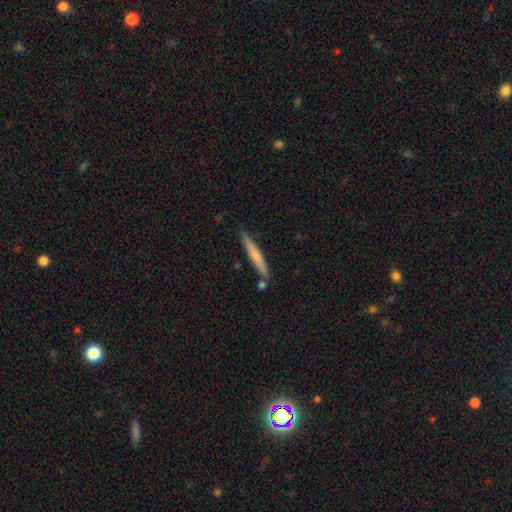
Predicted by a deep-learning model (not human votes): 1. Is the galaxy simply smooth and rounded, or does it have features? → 62% smooth, 32% featured or disk, 6% star or artifact.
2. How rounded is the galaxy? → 95% cigar-shaped, 3% in between, 1% round.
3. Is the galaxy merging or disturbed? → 81% none, 12% minor disturbance, 5% merger, 2% major disturbance.